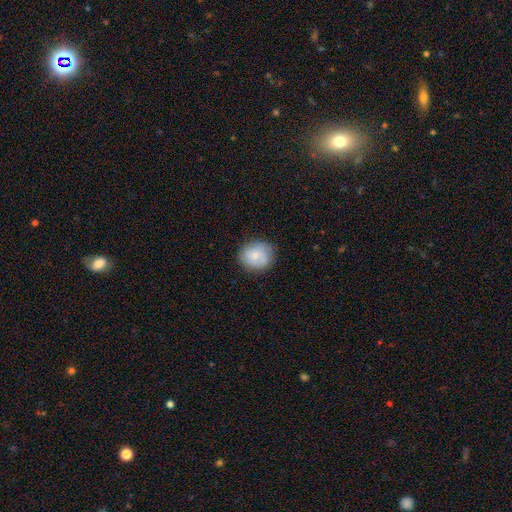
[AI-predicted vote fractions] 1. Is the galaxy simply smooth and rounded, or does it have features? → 73% smooth, 20% featured or disk, 7% star or artifact.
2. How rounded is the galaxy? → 75% round, 24% in between, 1% cigar-shaped.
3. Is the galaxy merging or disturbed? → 78% none, 16% minor disturbance, 4% major disturbance, 2% merger.